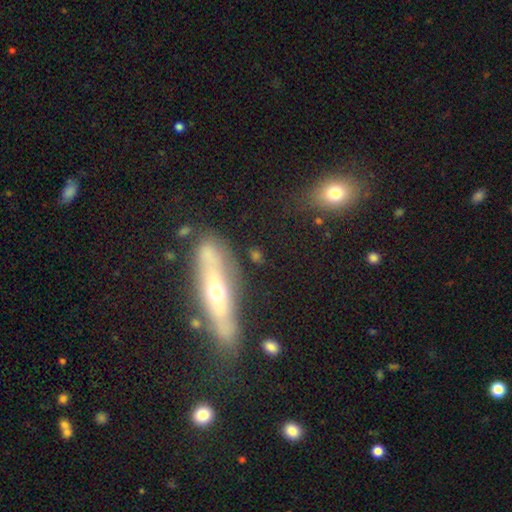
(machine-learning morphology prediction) type=smooth (47%); merging=none (71%).